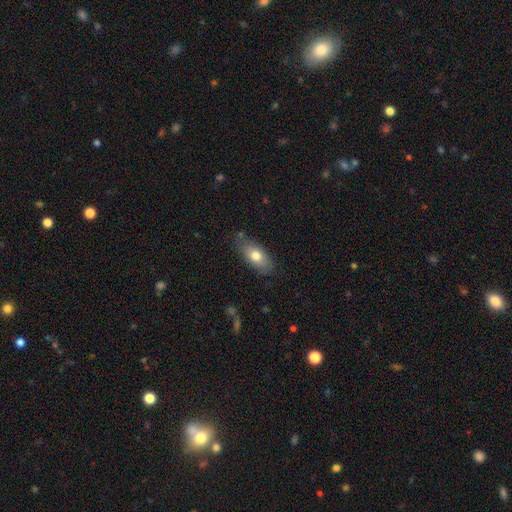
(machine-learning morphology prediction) smooth 74%, featured or disk 19%, star or artifact 7%. Down the decision tree: how rounded — in between (85%); merging — none (75%).